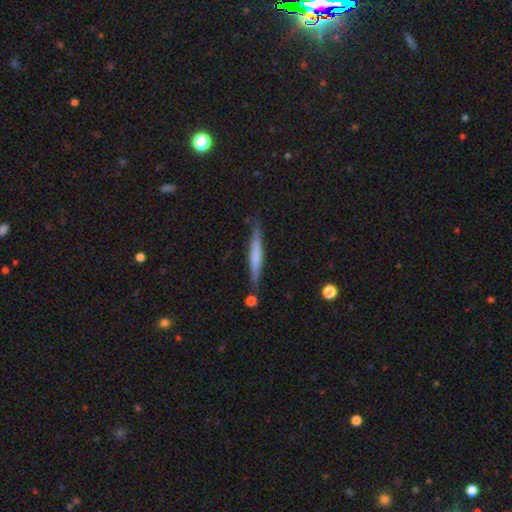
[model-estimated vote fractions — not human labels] smooth-or-featured: smooth: 48% | featured or disk: 47% | star or artifact: 6%
  merging: none: 83% | minor disturbance: 12% | merger: 3% | major disturbance: 2%